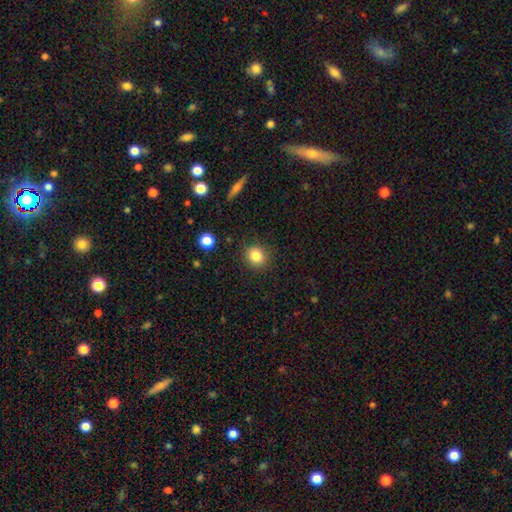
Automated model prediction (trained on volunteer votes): smooth 83%, star or artifact 11%, featured or disk 6%. Down the decision tree: how rounded — round (83%); merging — none (88%).